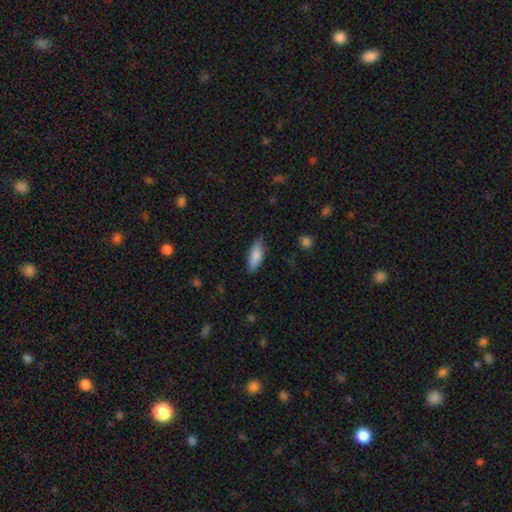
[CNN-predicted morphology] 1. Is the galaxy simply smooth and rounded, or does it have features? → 81% smooth, 13% featured or disk, 6% star or artifact.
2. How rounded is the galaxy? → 64% in between, 34% cigar-shaped, 2% round.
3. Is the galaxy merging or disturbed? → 76% none, 19% minor disturbance, 3% major disturbance, 1% merger.